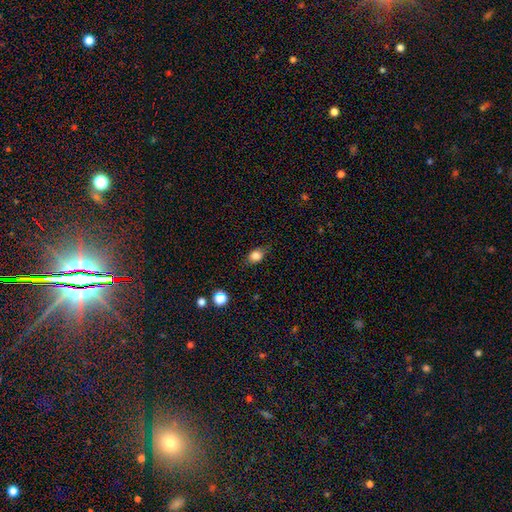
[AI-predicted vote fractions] Smooth or featured? Predicted: smooth (p=0.83). How rounded? Predicted: in between (p=0.58). Merging? Predicted: none (p=0.76).